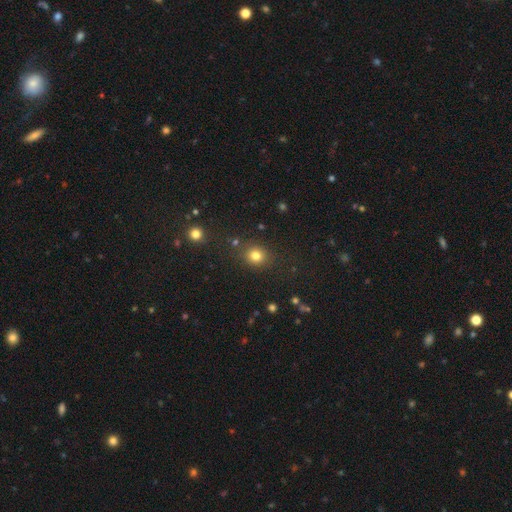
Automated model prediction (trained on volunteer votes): Morphology: type=smooth (81%); roundness=round (80%); merging=none (84%).